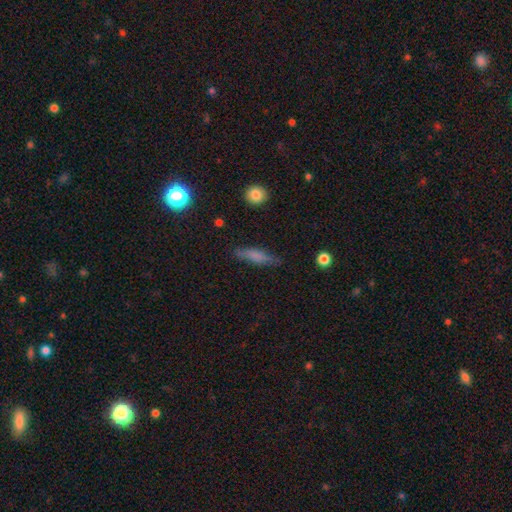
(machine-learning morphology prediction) This appears to be a smooth galaxy with no disk features (67%) that is cigar-shaped (70%). Merging: none (77%).